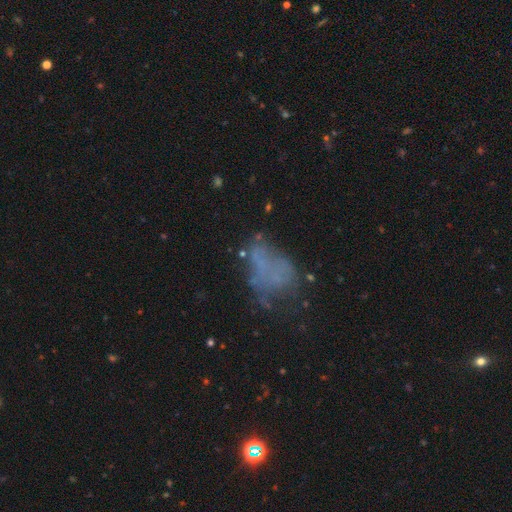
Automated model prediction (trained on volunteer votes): A smooth galaxy with no disk features (41%).

Vote fractions:
- Smooth or featured? smooth: 41% / featured or disk: 39% / star or artifact: 20%
- Merging? major disturbance: 39% / none: 31% / minor disturbance: 20% / merger: 11%